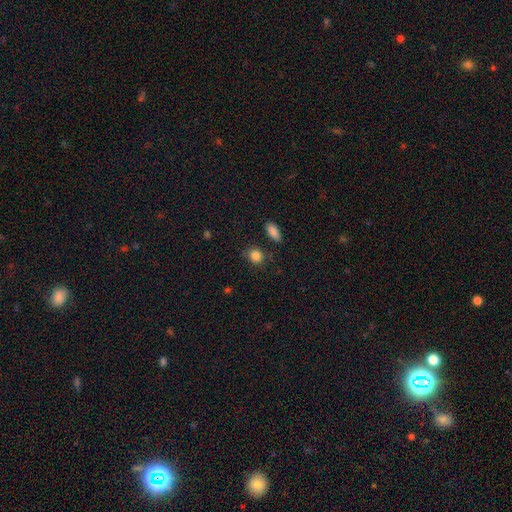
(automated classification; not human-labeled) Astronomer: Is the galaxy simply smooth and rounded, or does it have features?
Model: smooth — 85%.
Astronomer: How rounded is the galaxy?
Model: round — 62% (runner-up: in between, 37%).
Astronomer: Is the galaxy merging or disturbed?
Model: none — 80%.